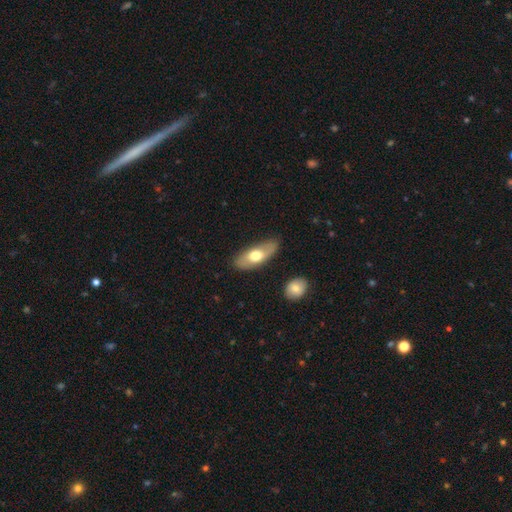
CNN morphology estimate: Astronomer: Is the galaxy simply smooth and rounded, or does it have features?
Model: smooth — 62%.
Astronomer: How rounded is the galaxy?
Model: in between — 79%.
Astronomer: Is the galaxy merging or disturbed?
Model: none — 81%.